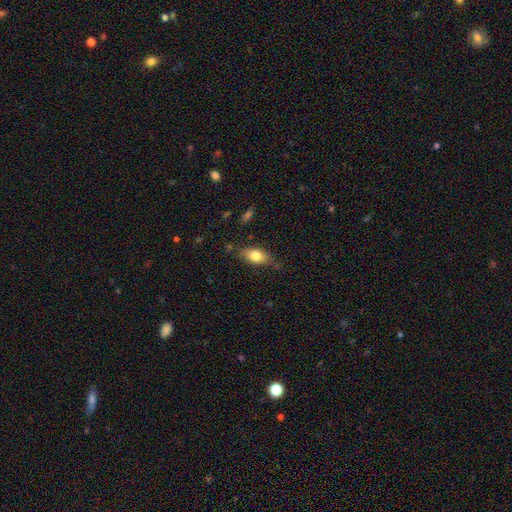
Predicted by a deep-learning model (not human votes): Smooth or featured? smooth (77%)
How rounded? in between (83%)
Merging? none (70%)